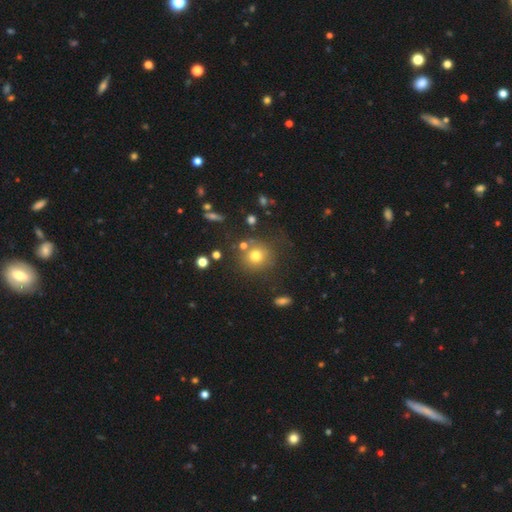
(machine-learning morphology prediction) A smooth galaxy with no disk features (74%) that is round (89%).

Vote fractions:
- Smooth or featured? smooth: 74% / star or artifact: 15% / featured or disk: 11%
- How rounded? round: 89% / in between: 10% / cigar-shaped: 1%
- Merging? none: 76% / minor disturbance: 11% / merger: 7% / major disturbance: 5%